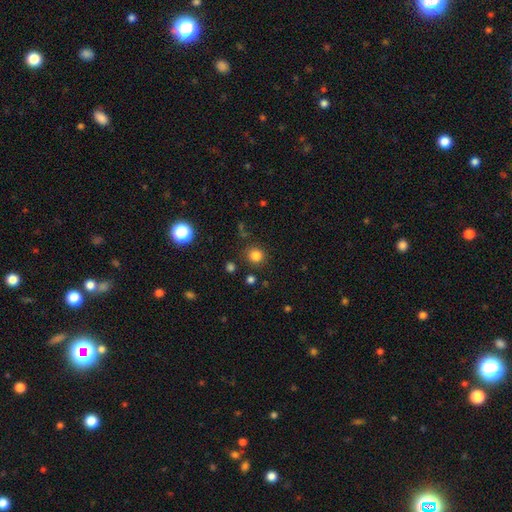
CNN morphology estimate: smooth-or-featured: smooth: 81% | star or artifact: 14% | featured or disk: 5%
  how-rounded: round: 90% | in between: 9% | cigar-shaped: 1%
  merging: none: 85% | minor disturbance: 8% | major disturbance: 3% | merger: 3%